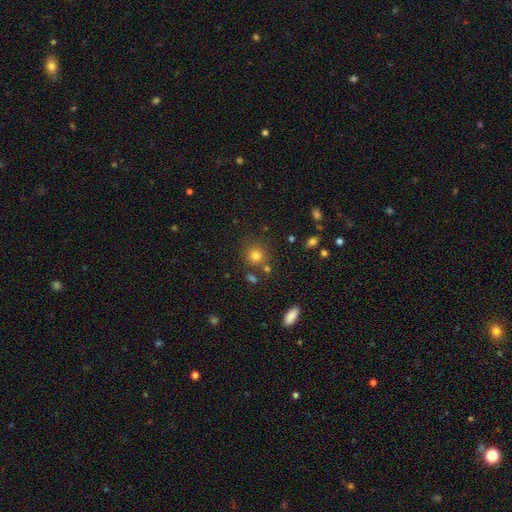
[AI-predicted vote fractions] smooth-or-featured: smooth: 78% | star or artifact: 14% | featured or disk: 8%
  how-rounded: round: 88% | in between: 11% | cigar-shaped: 1%
  merging: none: 77% | minor disturbance: 10% | merger: 9% | major disturbance: 4%